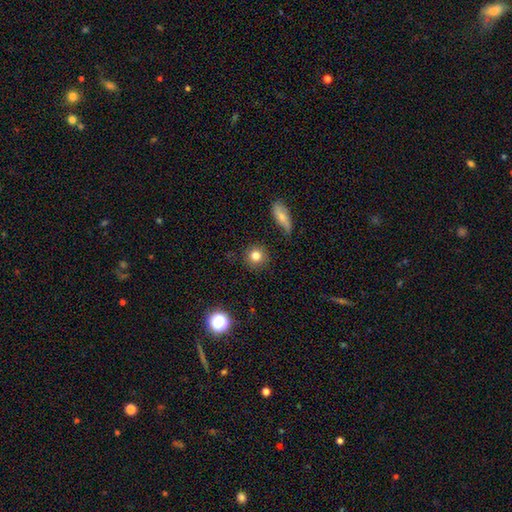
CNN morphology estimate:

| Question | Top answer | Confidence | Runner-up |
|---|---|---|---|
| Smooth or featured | smooth | 81% | star or artifact (11%) |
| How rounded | round | 90% | in between (8%) |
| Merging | none | 87% | minor disturbance (9%) |